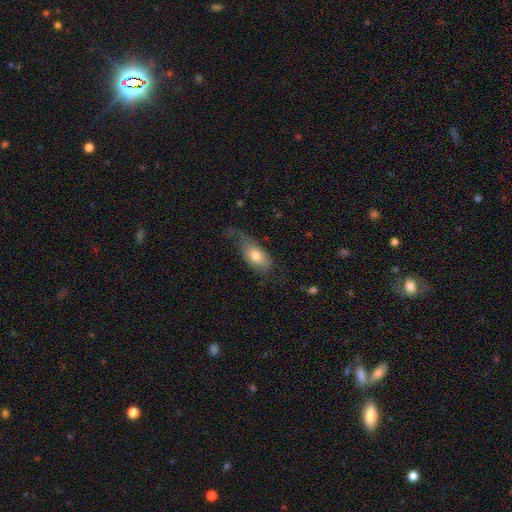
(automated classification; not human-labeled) Smooth or featured? smooth (67%)
How rounded? in between (89%)
Merging? none (35%)